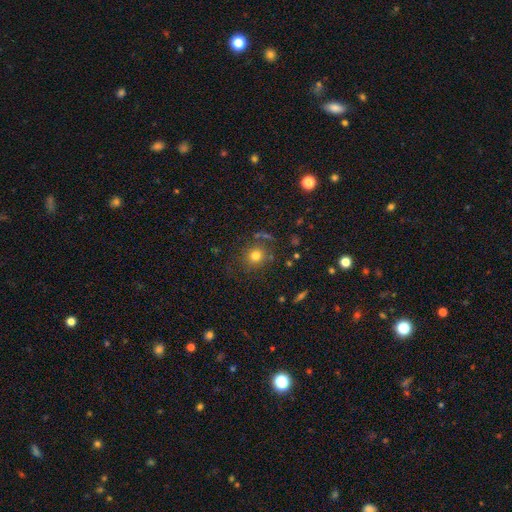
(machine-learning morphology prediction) Smooth or featured? Predicted: smooth (p=0.76). How rounded? Predicted: round (p=0.83). Merging? Predicted: none (p=0.77).